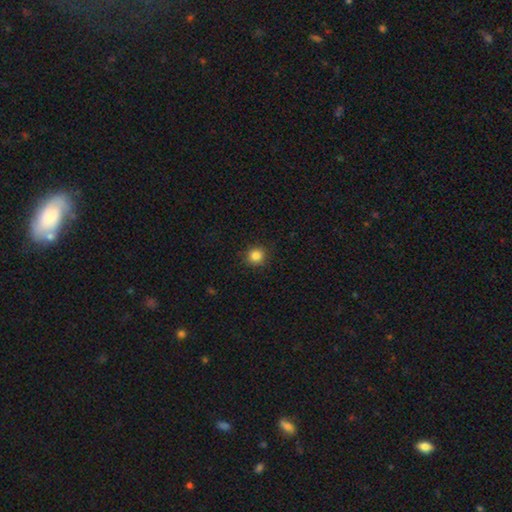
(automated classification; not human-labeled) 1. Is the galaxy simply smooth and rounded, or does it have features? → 85% smooth, 11% star or artifact, 4% featured or disk.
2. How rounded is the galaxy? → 92% round, 7% in between, 1% cigar-shaped.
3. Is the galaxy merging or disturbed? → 90% none, 7% minor disturbance, 2% major disturbance, 1% merger.